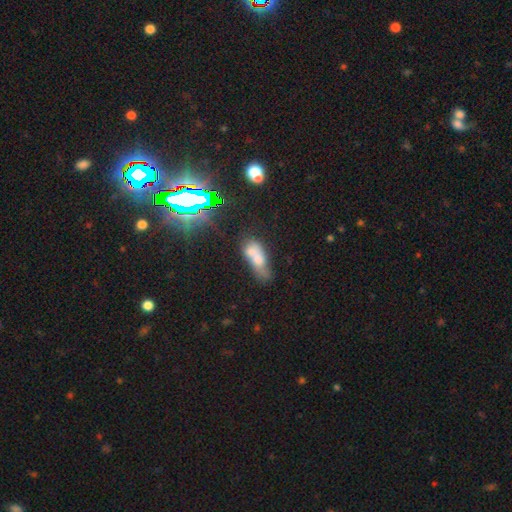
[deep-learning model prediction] A smooth galaxy with no disk features (59%) that is in between round and cigar-shaped (74%). Merging: merger (41%).